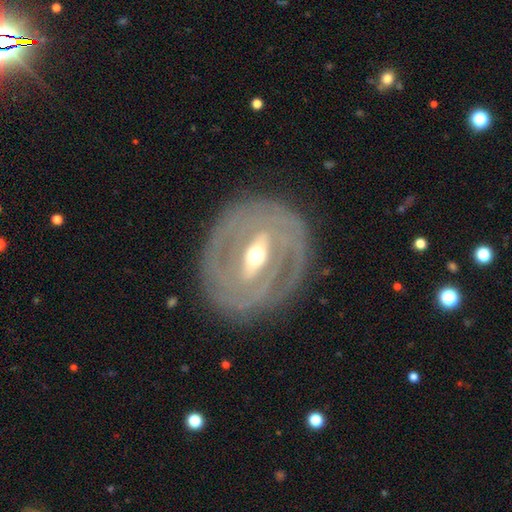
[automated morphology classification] smooth-or-featured: featured or disk: 85% | smooth: 10% | star or artifact: 5%
  disk-edge-on: no: 91% | yes: 9%
    bar: strong: 64% | weak: 26% | no: 11%
    has-spiral-arms: yes: 76% | no: 24%
      spiral-winding: tight: 77% | medium: 17% | loose: 6%
      spiral-arm-count: 2: 37% | can't tell: 35% | 3: 12% | 4: 6% | 1: 5% | more than 4: 4%
    bulge-size: moderate: 61% | small: 33% | large: 5% | dominant: 1% | none: 1%
  merging: none: 82% | minor disturbance: 12% | major disturbance: 5% | merger: 1%